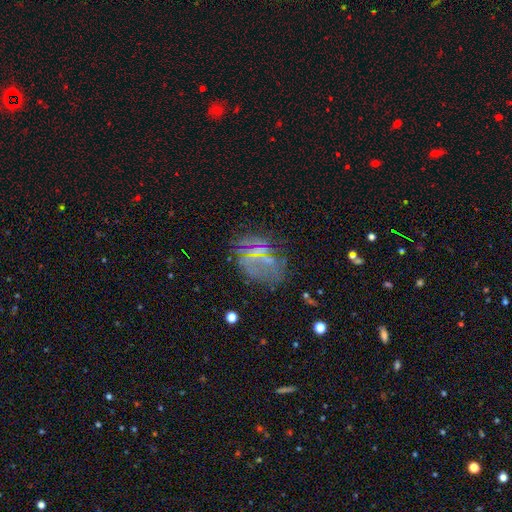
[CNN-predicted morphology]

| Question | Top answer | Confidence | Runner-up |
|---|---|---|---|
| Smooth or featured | star or artifact | 40% | featured or disk (30%) |